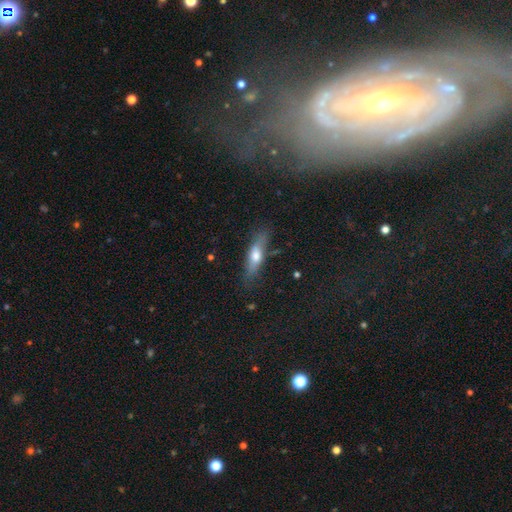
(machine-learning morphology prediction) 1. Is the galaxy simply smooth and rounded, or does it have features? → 50% smooth, 42% featured or disk, 8% star or artifact.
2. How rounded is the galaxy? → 64% cigar-shaped, 33% in between, 3% round.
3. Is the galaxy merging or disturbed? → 77% none, 17% minor disturbance, 5% major disturbance, 2% merger.